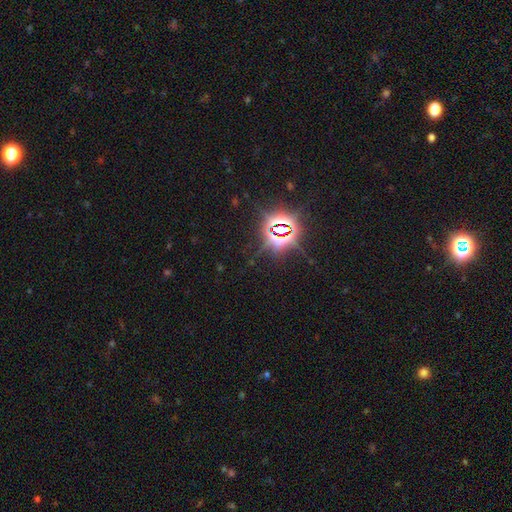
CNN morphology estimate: This is clearly a star or artifact rather than a galaxy (84%).